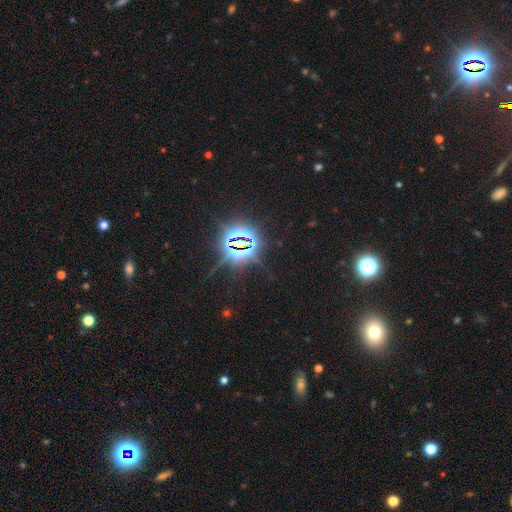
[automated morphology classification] Smooth or featured? Predicted: star or artifact (p=0.82).